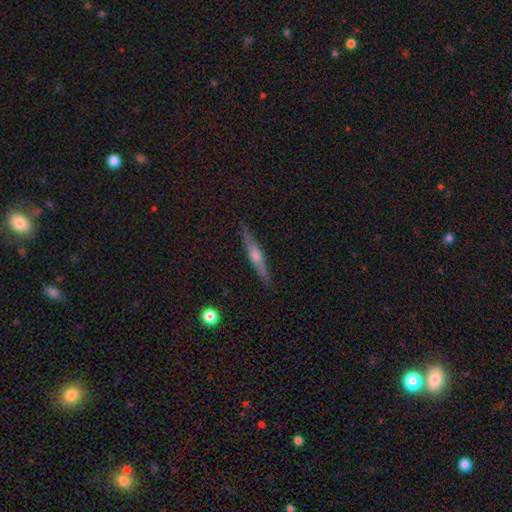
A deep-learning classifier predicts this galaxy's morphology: Smooth or featured? featured or disk (66%)
Edge-on disk? yes (97%)
Edge-on bulge? rounded (81%)
Merging? none (90%)